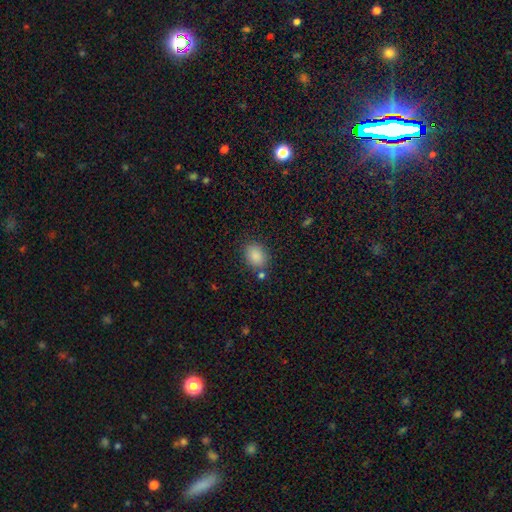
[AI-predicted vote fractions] Smooth or featured?
  - smooth: 86% *
  - star or artifact: 9%
  - featured or disk: 5%
How rounded?
  - in between: 68% *
  - round: 30%
  - cigar-shaped: 1%
Merging?
  - none: 77% *
  - minor disturbance: 13%
  - merger: 6%
  - major disturbance: 4%